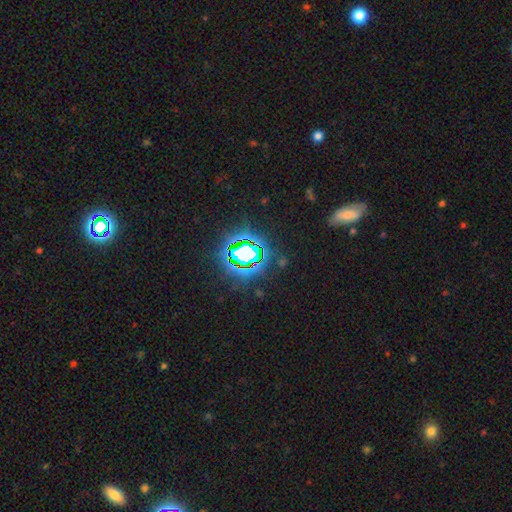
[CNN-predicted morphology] A star or artifact, not a galaxy (79%).